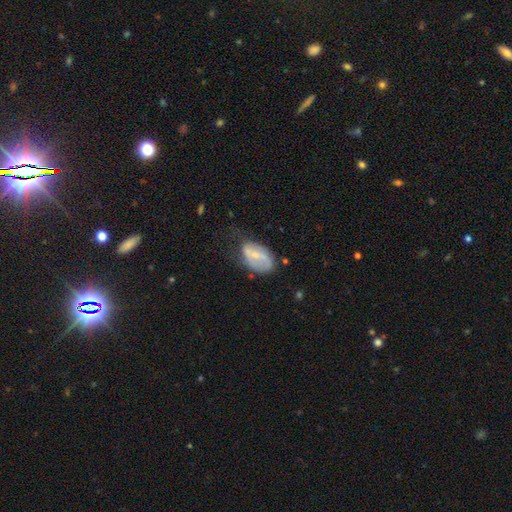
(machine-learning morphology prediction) Smooth or featured? Predicted: featured or disk (p=0.53). Edge-on disk? Predicted: no (p=0.94). Bar? Predicted: weak (p=0.45). Spiral arms? Predicted: yes (p=0.61). Bulge size? Predicted: small (p=0.60). Merging? Predicted: none (p=0.47).